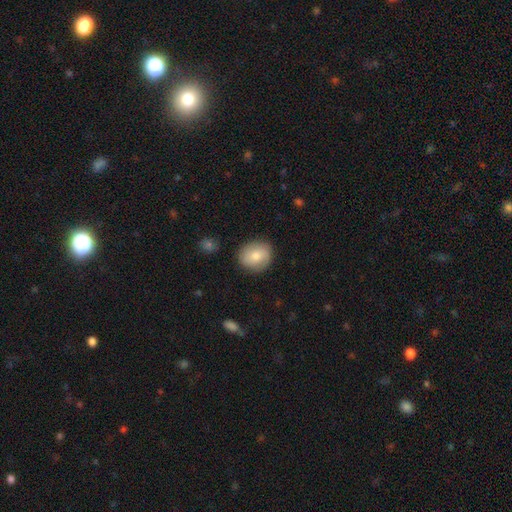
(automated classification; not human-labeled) Smooth or featured? Predicted: smooth (p=0.73). How rounded? Predicted: round (p=0.73). Merging? Predicted: none (p=0.83).